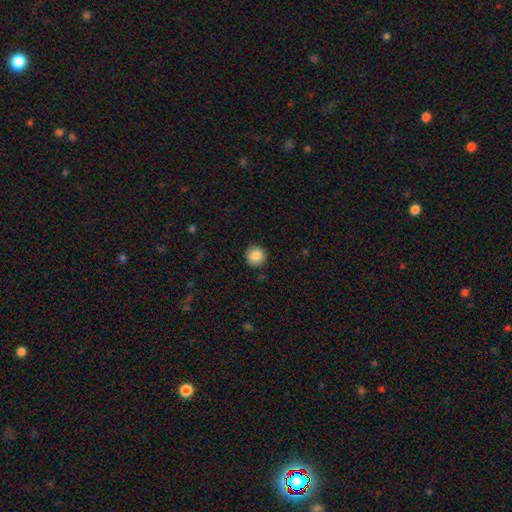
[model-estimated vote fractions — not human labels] A smooth galaxy with no disk features (87%) that is round (95%).

Vote fractions:
- Smooth or featured? smooth: 87% / star or artifact: 9% / featured or disk: 4%
- How rounded? round: 95% / in between: 4% / cigar-shaped: 1%
- Merging? none: 91% / minor disturbance: 6% / major disturbance: 2% / merger: 1%